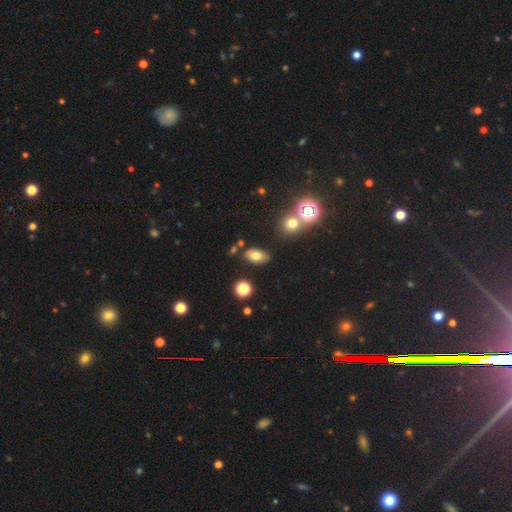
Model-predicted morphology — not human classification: A smooth galaxy with no disk features (74%) that is in between round and cigar-shaped (89%).

Vote fractions:
- Smooth or featured? smooth: 74% / featured or disk: 13% / star or artifact: 12%
- How rounded? in between: 89% / round: 8% / cigar-shaped: 3%
- Merging? none: 80% / minor disturbance: 12% / merger: 5% / major disturbance: 3%